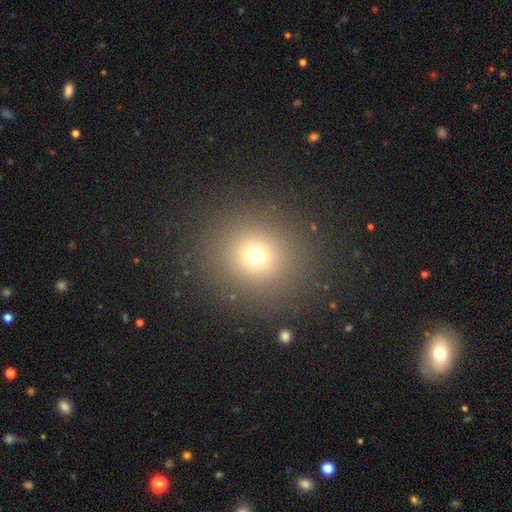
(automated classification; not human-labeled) Morphology: type=smooth (69%); roundness=round (89%); merging=none (88%).